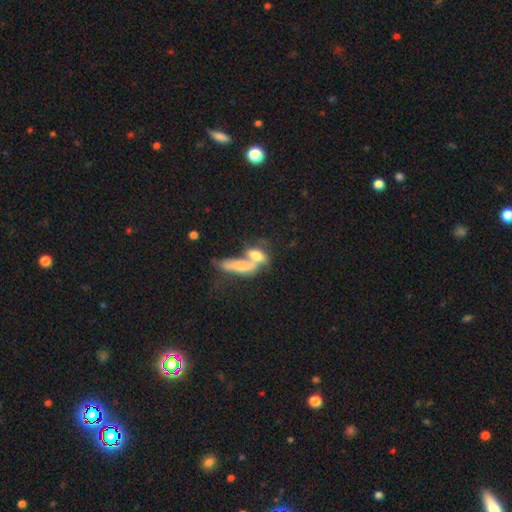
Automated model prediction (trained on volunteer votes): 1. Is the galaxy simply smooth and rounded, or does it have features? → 61% smooth, 29% featured or disk, 10% star or artifact.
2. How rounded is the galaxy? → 64% in between, 28% cigar-shaped, 8% round.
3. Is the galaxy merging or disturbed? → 64% merger, 20% none, 8% minor disturbance, 8% major disturbance.